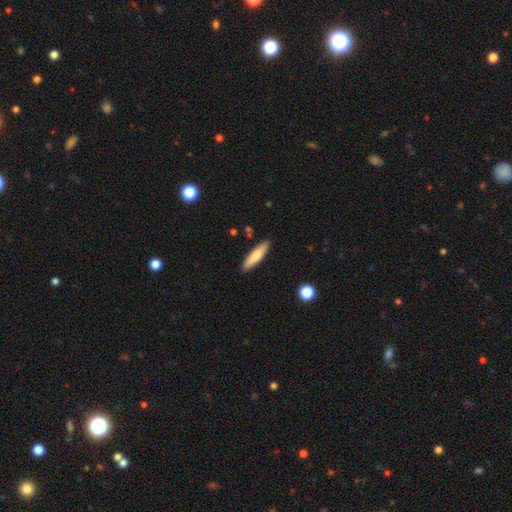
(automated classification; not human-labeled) A smooth galaxy with no disk features (76%) that is cigar-shaped (73%). Merging: none (88%).